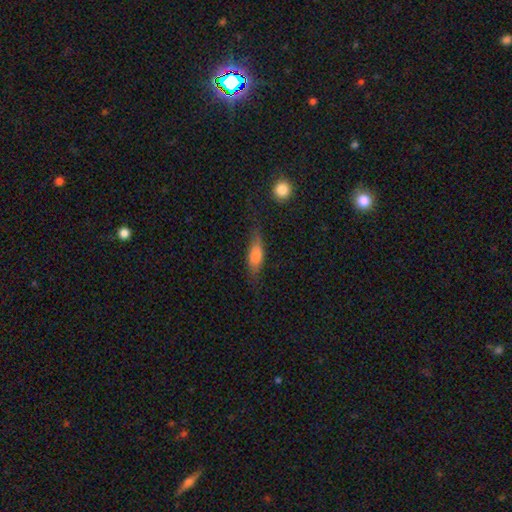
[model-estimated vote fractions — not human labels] Smooth or featured: smooth — 68% (featured or disk — 24%)
How rounded: in between — 61% (cigar-shaped — 35%)
Merging: none — 59% (minor disturbance — 27%)